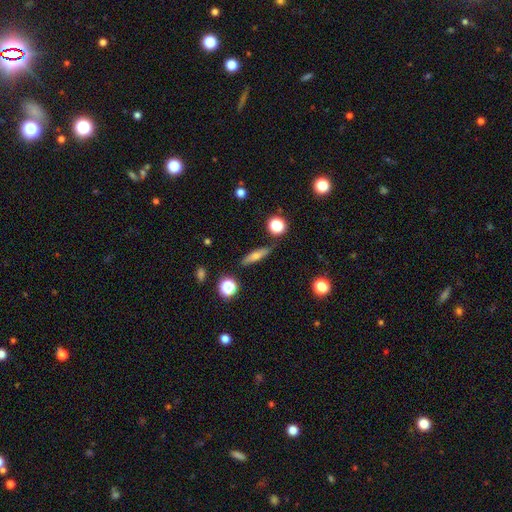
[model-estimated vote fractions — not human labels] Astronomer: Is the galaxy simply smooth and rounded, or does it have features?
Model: smooth — 58%.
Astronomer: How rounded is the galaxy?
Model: cigar-shaped — 72%.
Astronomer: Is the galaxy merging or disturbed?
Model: none — 84%.